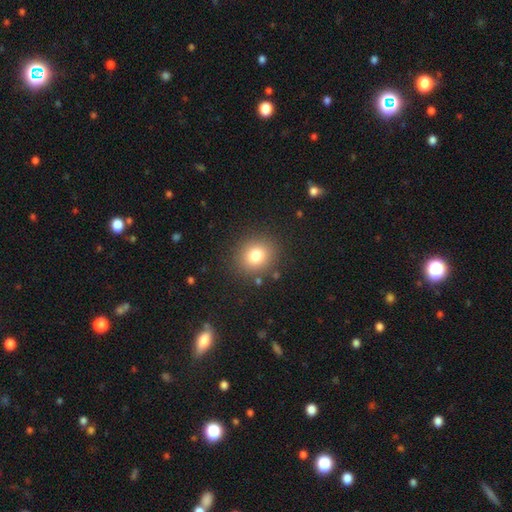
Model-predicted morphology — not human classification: Smooth or featured? Predicted: smooth (p=0.78). How rounded? Predicted: round (p=0.74). Merging? Predicted: none (p=0.87).